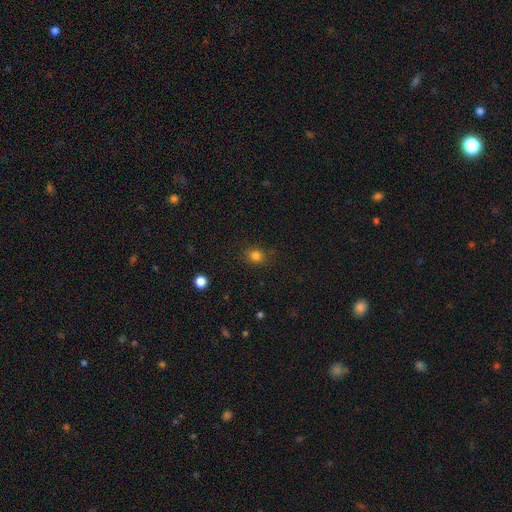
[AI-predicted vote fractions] smooth_or_featured: smooth (p=0.81) [alt: star or artifact p=0.14]
how_rounded: round (p=0.66) [alt: in between p=0.33]
merging: none (p=0.83) [alt: minor disturbance p=0.12]